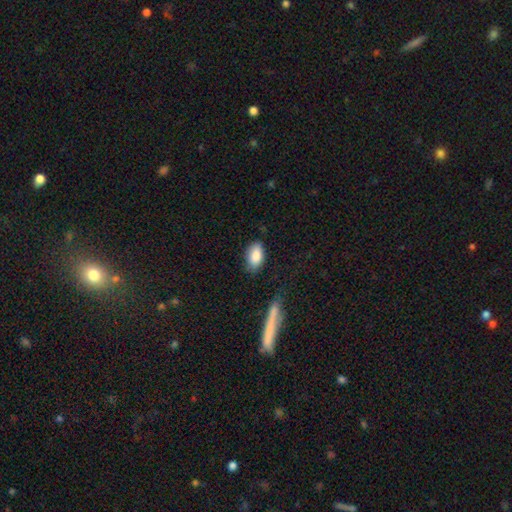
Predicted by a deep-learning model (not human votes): smooth_or_featured: smooth (p=0.85) [alt: featured or disk p=0.07]
how_rounded: in between (p=0.92) [alt: round p=0.05]
merging: none (p=0.78) [alt: minor disturbance p=0.16]